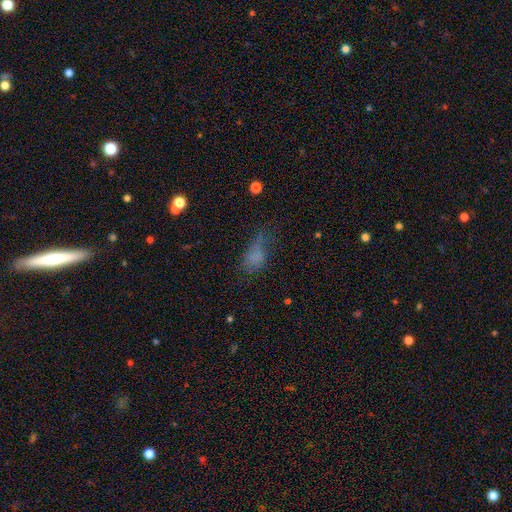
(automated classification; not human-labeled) Smooth or featured? smooth (65%)
How rounded? in between (80%)
Merging? major disturbance (33%, tied with none)